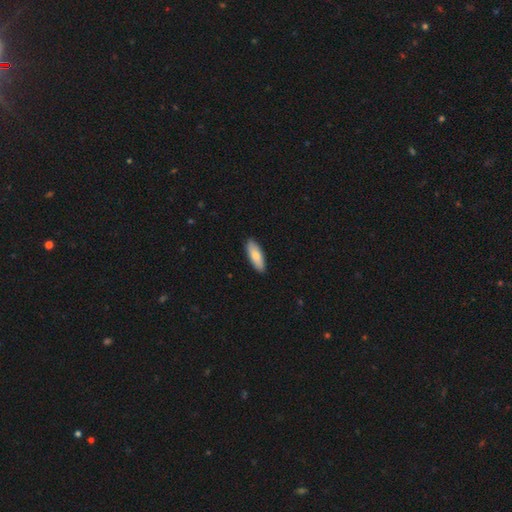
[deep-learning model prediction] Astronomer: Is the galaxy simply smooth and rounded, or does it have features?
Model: smooth — 79%.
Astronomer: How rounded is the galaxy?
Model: in between — 64%.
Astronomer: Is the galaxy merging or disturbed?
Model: none — 90%.